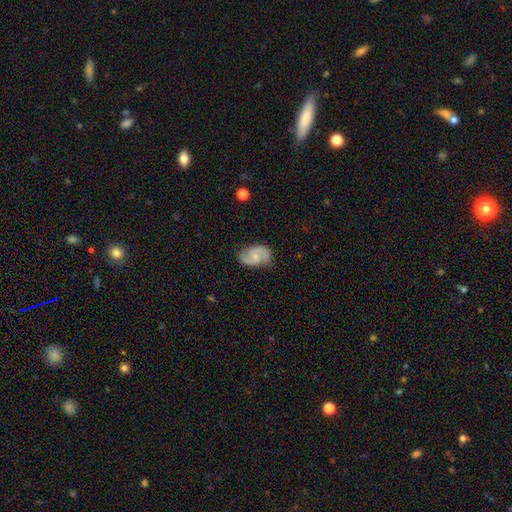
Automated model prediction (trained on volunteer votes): Smooth or featured? Predicted: featured or disk (p=0.71). Edge-on disk? Predicted: no (p=0.97). Bar? Predicted: no (p=0.54). Spiral arms? Predicted: yes (p=0.94). Spiral winding? Predicted: medium (p=0.50). Spiral arm count? Predicted: 2 (p=0.90). Bulge size? Predicted: small (p=0.61). Merging? Predicted: none (p=0.78).